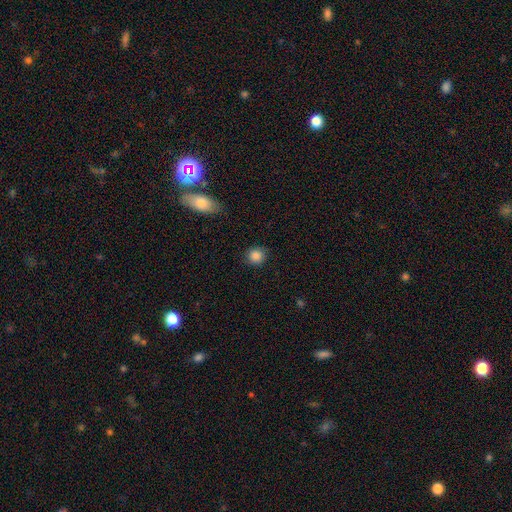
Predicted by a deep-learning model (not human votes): This appears to be a smooth galaxy with no disk features (86%) that is round (89%). Merging: none (88%).